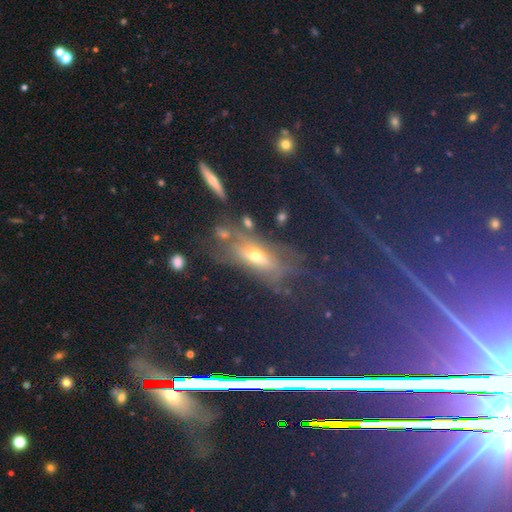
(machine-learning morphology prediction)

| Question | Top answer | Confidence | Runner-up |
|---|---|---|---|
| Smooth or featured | featured or disk | 51% | smooth (36%) |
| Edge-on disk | no | 63% | yes (37%) |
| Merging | none | 43% | major disturbance (28%) |